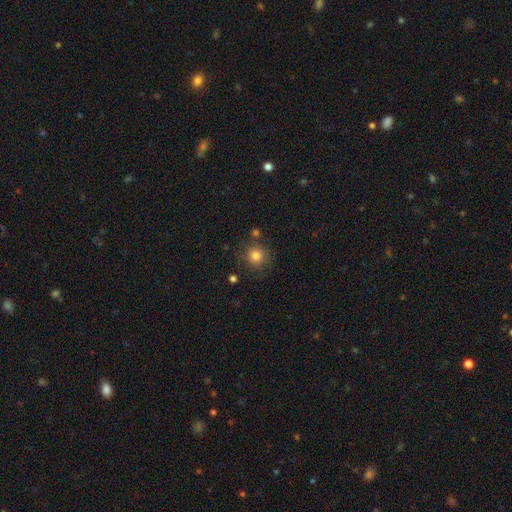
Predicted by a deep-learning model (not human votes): Smooth or featured? Predicted: smooth (p=0.82). How rounded? Predicted: round (p=0.93). Merging? Predicted: none (p=0.81).